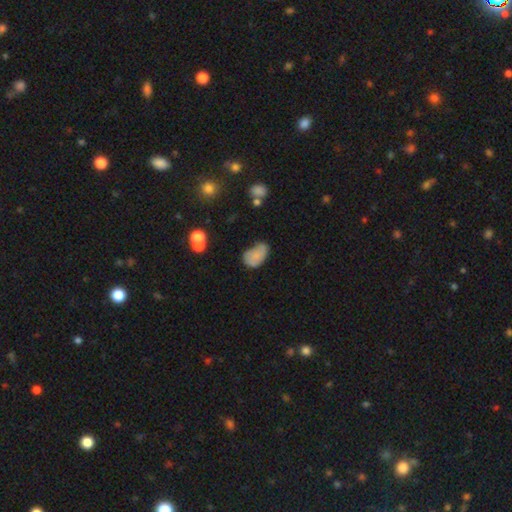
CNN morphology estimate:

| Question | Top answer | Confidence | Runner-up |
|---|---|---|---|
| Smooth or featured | smooth | 71% | featured or disk (19%) |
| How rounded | in between | 85% | round (13%) |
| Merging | minor disturbance | 39% | none (38%) |